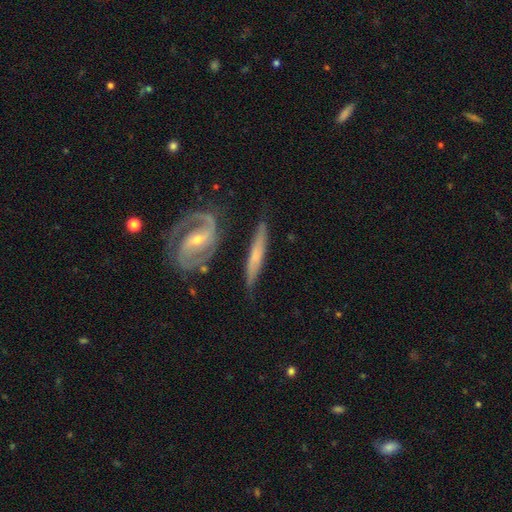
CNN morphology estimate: Smooth or featured?
  - featured or disk: 65% *
  - smooth: 29%
  - star or artifact: 6%
Edge-on disk?
  - yes: 57% *
  - no: 43%
Merging?
  - none: 73% *
  - minor disturbance: 15%
  - merger: 7%
  - major disturbance: 5%